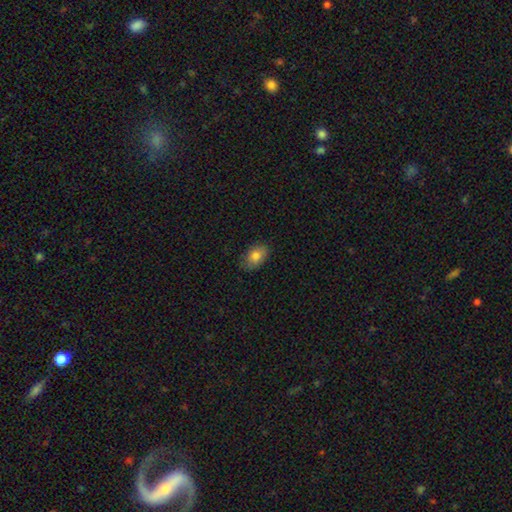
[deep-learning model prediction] Q: Smooth or featured?
A: smooth (83%); runner-up: featured or disk (10%)
Q: How rounded?
A: in between (86%); runner-up: round (12%)
Q: Merging?
A: none (79%); runner-up: minor disturbance (17%)